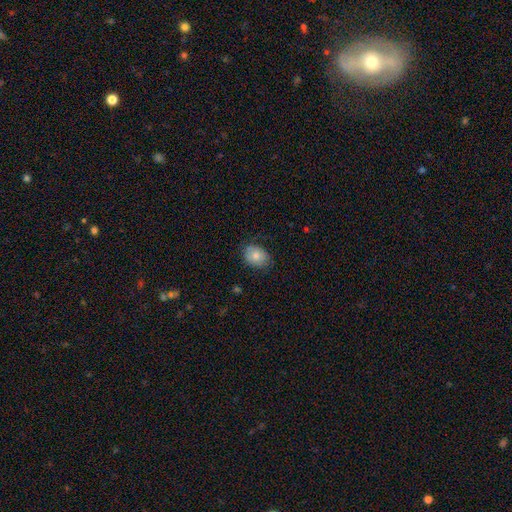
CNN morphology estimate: The model was most divided on "how rounded": in between: 70%, round: 29%, cigar-shaped: 1%. More confident: smooth or featured — smooth (81%); merging — none (78%).